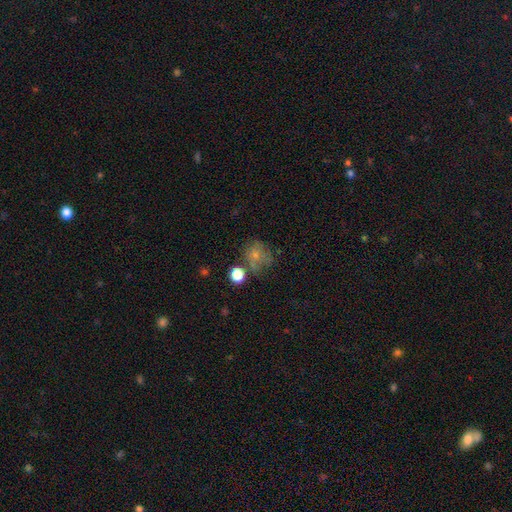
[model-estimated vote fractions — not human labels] Q: Smooth or featured?
A: smooth (68%); runner-up: featured or disk (17%)
Q: How rounded?
A: round (73%); runner-up: in between (26%)
Q: Merging?
A: none (48%); runner-up: minor disturbance (22%)